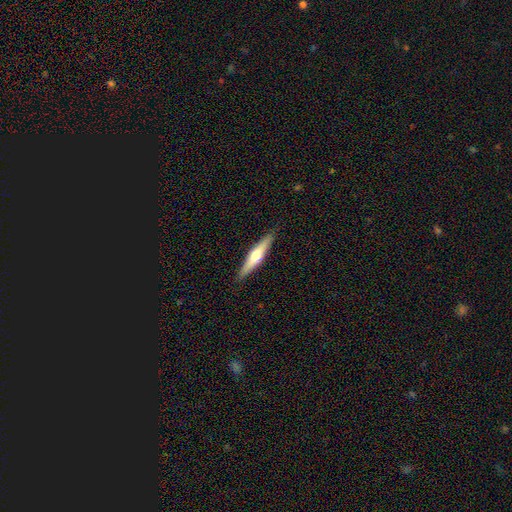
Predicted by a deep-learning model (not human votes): featured or disk 58%, smooth 37%, star or artifact 5%. Down the decision tree: edge-on disk — yes (96%); edge-on bulge — rounded (88%); merging — none (90%).